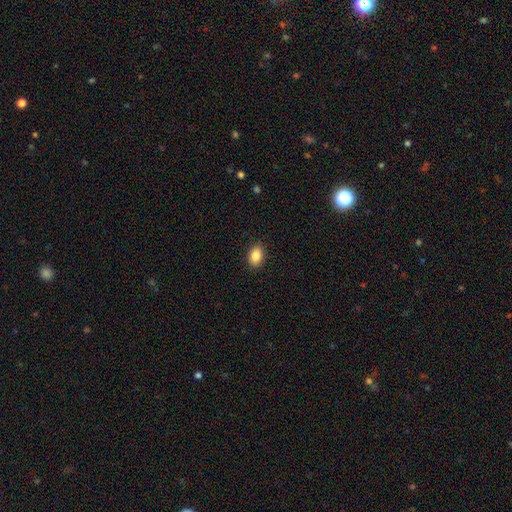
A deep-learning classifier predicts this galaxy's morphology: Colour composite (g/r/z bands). It shows a smooth galaxy with no disk features (86%) that is in between round and cigar-shaped (83%). Merging: none (90%).